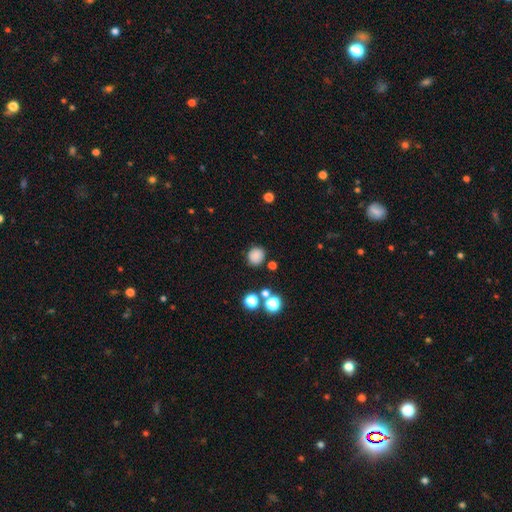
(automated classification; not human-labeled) Smooth or featured?
  - smooth: 82% *
  - star or artifact: 13%
  - featured or disk: 5%
How rounded?
  - round: 84% *
  - in between: 15%
  - cigar-shaped: 1%
Merging?
  - none: 82% *
  - minor disturbance: 10%
  - merger: 4%
  - major disturbance: 3%